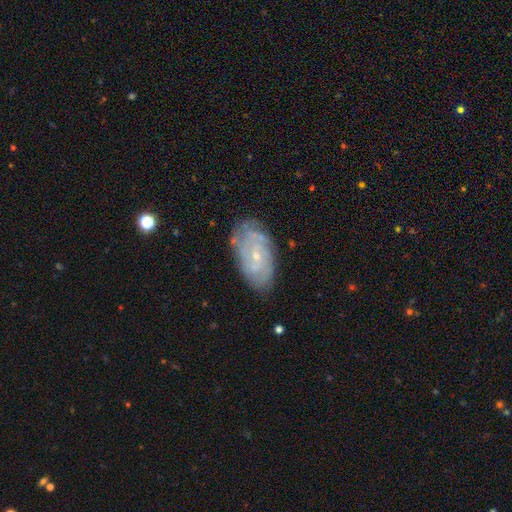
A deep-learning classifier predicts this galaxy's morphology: type=featured or disk (78%); edge-on=no (95%); bar=no (59%); spiral arms=yes (90%); winding=tight (64%); arm count=can't tell (43%); bulge=small (76%); merging=none (75%).